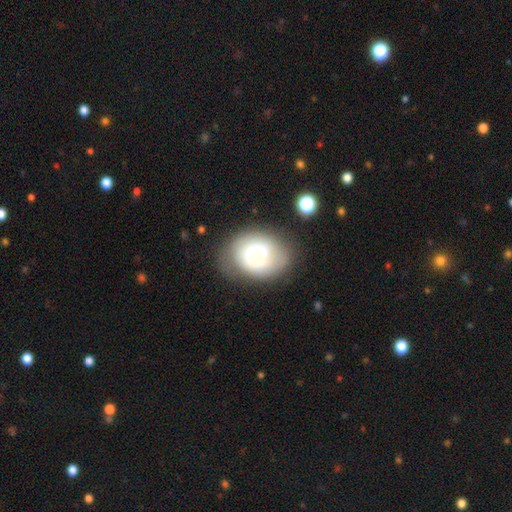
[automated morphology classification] This is possibly a featured or disk galaxy (49%). Merging: likely none (65%).